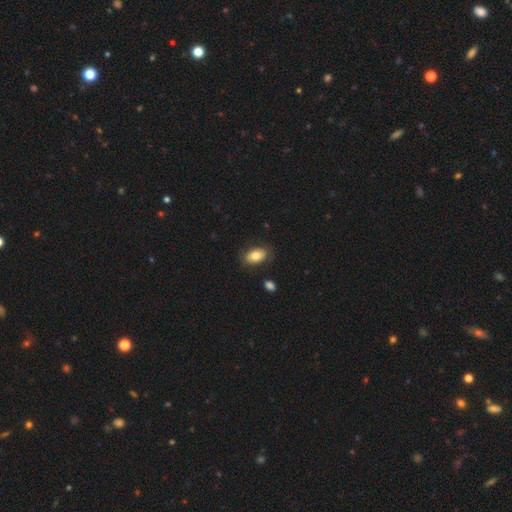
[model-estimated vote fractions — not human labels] A smooth galaxy with no disk features (80%) that is in between round and cigar-shaped (91%). Merging: none (83%).